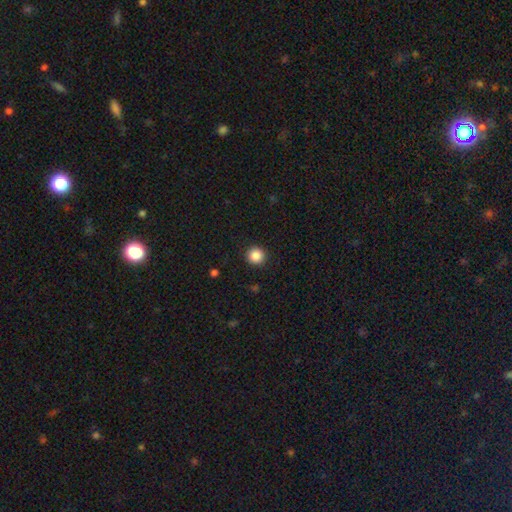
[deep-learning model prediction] Smooth or featured? Predicted: smooth (p=0.87). How rounded? Predicted: round (p=0.95). Merging? Predicted: none (p=0.92).